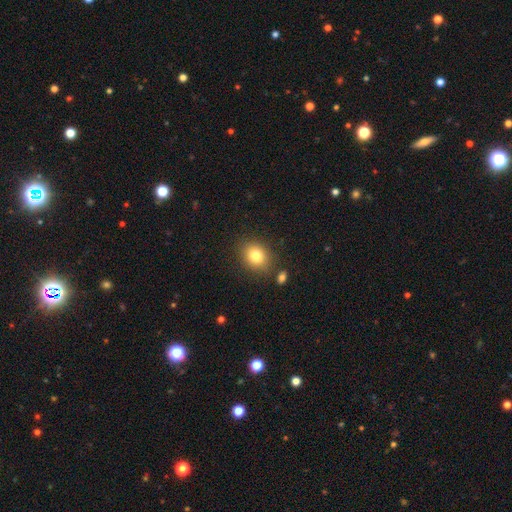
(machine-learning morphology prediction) Smooth or featured? Predicted: smooth (p=0.82). How rounded? Predicted: round (p=0.54). Merging? Predicted: none (p=0.83).